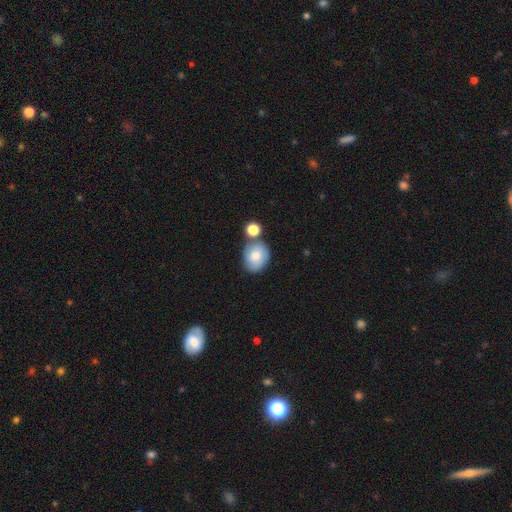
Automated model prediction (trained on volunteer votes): Smooth or featured?
  - smooth: 72% *
  - featured or disk: 20%
  - star or artifact: 8%
How rounded?
  - round: 59% *
  - in between: 40%
  - cigar-shaped: 1%
Merging?
  - none: 59% *
  - merger: 21%
  - minor disturbance: 16%
  - major disturbance: 5%